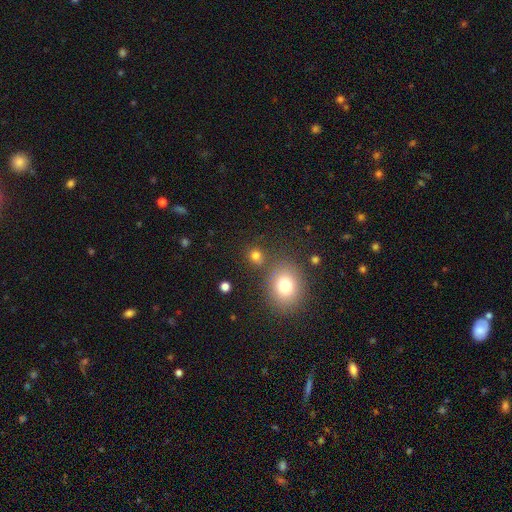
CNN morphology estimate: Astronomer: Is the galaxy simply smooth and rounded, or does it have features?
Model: smooth — 77%.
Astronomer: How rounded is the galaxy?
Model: round — 78%.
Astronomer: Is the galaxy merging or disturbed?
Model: none — 75%.